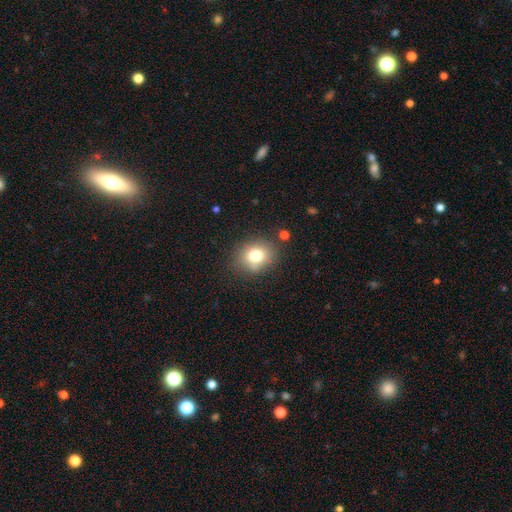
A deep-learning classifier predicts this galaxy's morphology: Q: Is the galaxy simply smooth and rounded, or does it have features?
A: smooth — 75%.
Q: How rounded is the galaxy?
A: round — 66%.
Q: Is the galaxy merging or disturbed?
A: none — 80%.